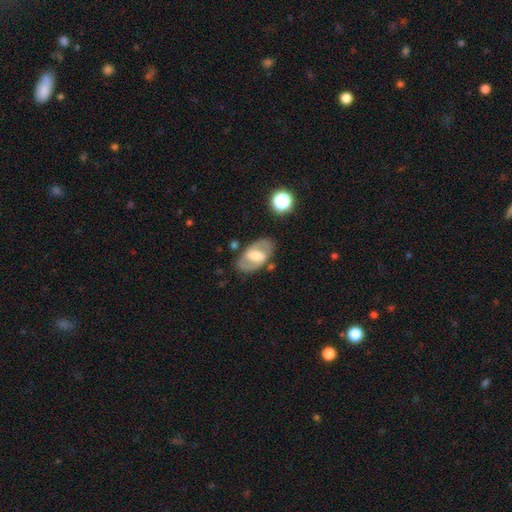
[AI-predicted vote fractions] This is likely a featured or disk galaxy (62%). It is clearly not viewed edge-on (92%). Bar: marginally weak (41%). Spiral arm pattern: possibly yes (58%). Central bulge: possibly moderate (47%). Merging: likely none (78%).